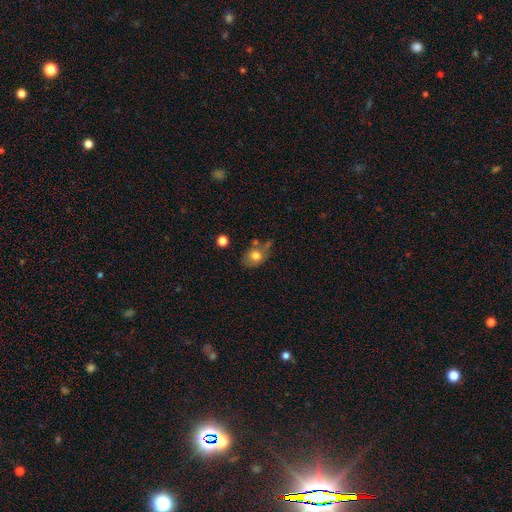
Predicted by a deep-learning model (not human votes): Overall: smooth (74%). How rounded: in between (56%; round 43%). Merging: none (48%; minor disturbance 25%).